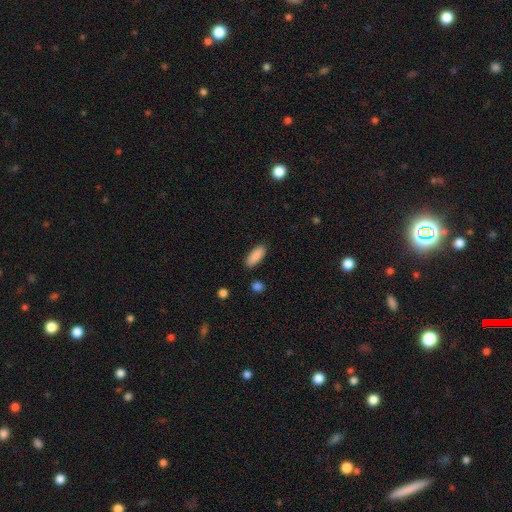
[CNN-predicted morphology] A smooth galaxy with no disk features (89%) that is in between round and cigar-shaped (78%).

Vote fractions:
- Smooth or featured? smooth: 89% / star or artifact: 6% / featured or disk: 5%
- How rounded? in between: 78% / cigar-shaped: 20% / round: 2%
- Merging? none: 88% / minor disturbance: 9% / major disturbance: 2% / merger: 2%